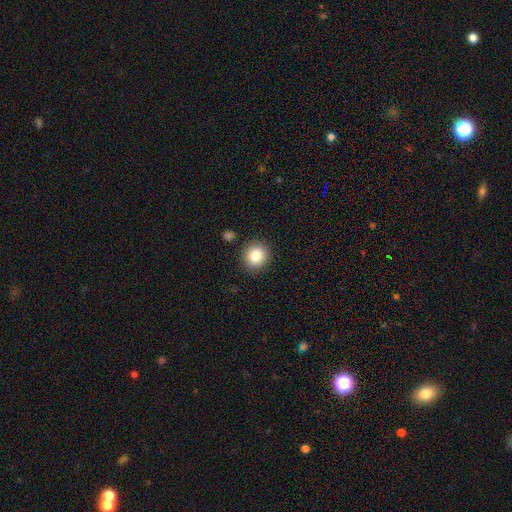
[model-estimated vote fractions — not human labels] smooth 86%, star or artifact 9%, featured or disk 5%. Down the decision tree: how rounded — round (85%); merging — none (87%).